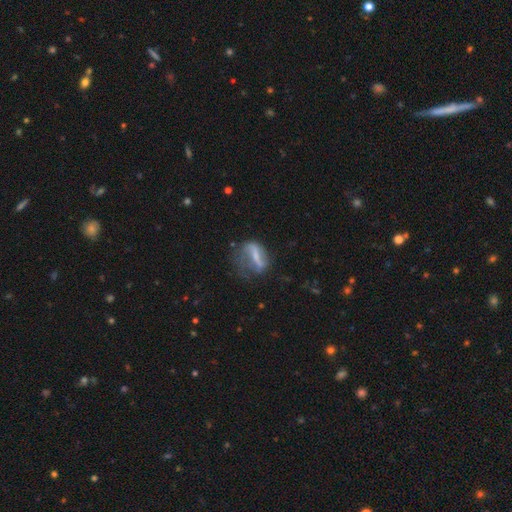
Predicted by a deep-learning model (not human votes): A featured or disk galaxy (58%) with a strong bar (56%), no spiral arms (51%) and a small central bulge (37%). Merging: none (37%).